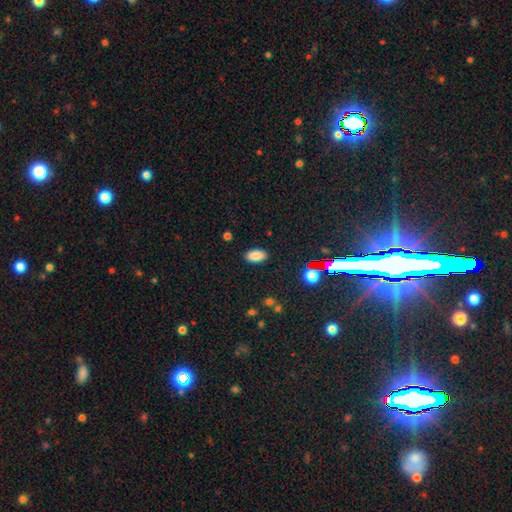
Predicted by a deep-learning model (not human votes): Overall: smooth (84%). How rounded: in between (93%). Merging: none (88%).